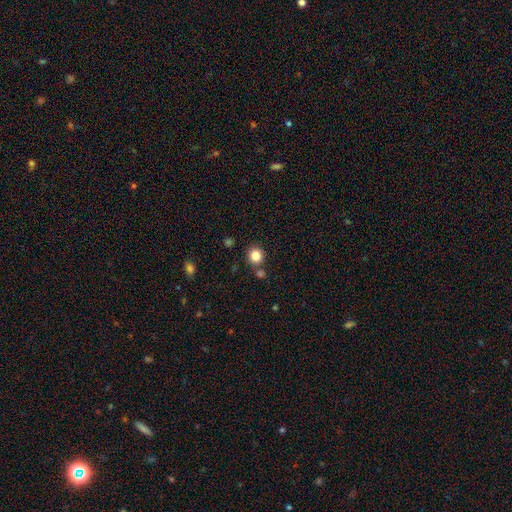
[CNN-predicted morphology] A smooth galaxy with no disk features (84%) that is round (89%).

Vote fractions:
- Smooth or featured? smooth: 84% / star or artifact: 11% / featured or disk: 5%
- How rounded? round: 89% / in between: 10% / cigar-shaped: 1%
- Merging? none: 80% / merger: 9% / minor disturbance: 8% / major disturbance: 2%